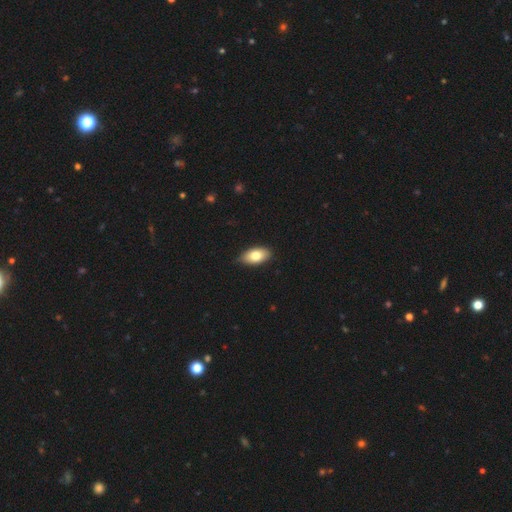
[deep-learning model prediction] Smooth or featured? Predicted: smooth (p=0.77). How rounded? Predicted: in between (p=0.92). Merging? Predicted: none (p=0.81).